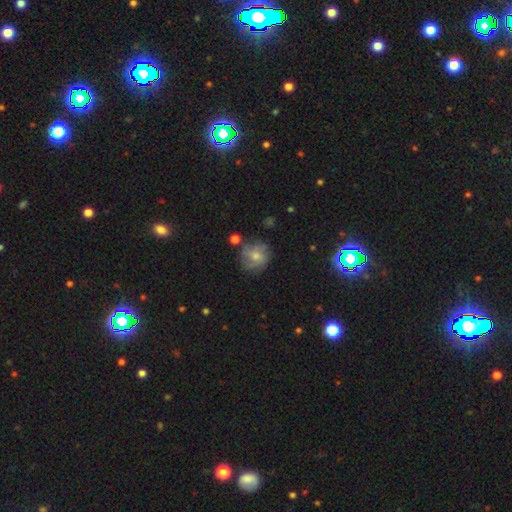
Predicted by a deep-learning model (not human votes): A smooth galaxy with no disk features (55%) that is round (83%).

Vote fractions:
- Smooth or featured? smooth: 55% / featured or disk: 35% / star or artifact: 10%
- How rounded? round: 83% / in between: 16% / cigar-shaped: 1%
- Merging? none: 63% / minor disturbance: 22% / major disturbance: 10% / merger: 5%